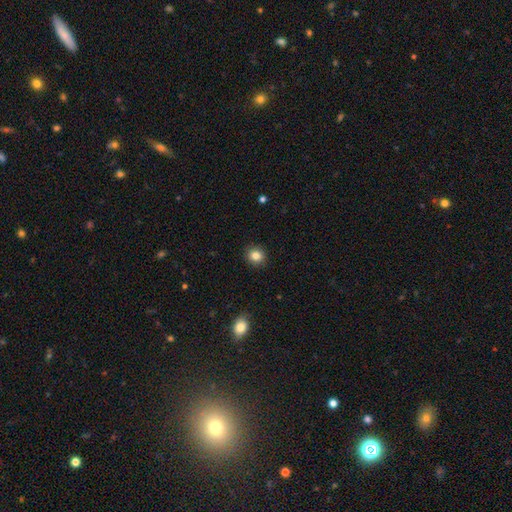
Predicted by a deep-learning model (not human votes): Q: Smooth or featured?
A: smooth (84%); runner-up: star or artifact (10%)
Q: How rounded?
A: round (82%); runner-up: in between (18%)
Q: Merging?
A: none (91%); runner-up: minor disturbance (6%)